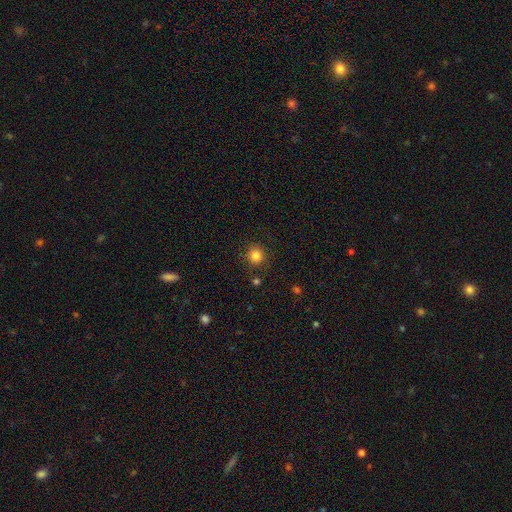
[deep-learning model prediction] This is clearly a smooth galaxy (83%). How rounded: clearly round (92%). Merging: clearly none (85%).